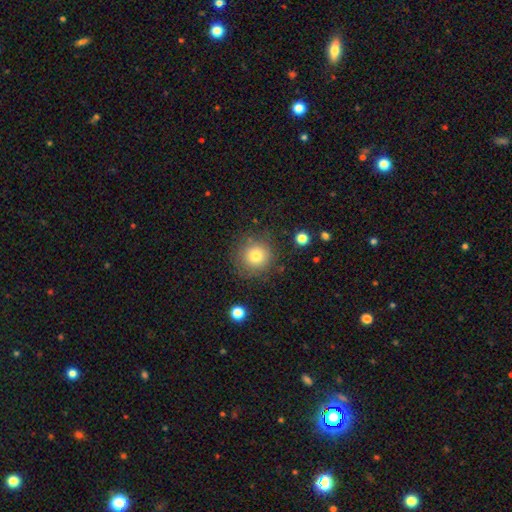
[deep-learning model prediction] This appears to be a smooth galaxy with no disk features (78%) that is round (94%). Merging: none (83%).